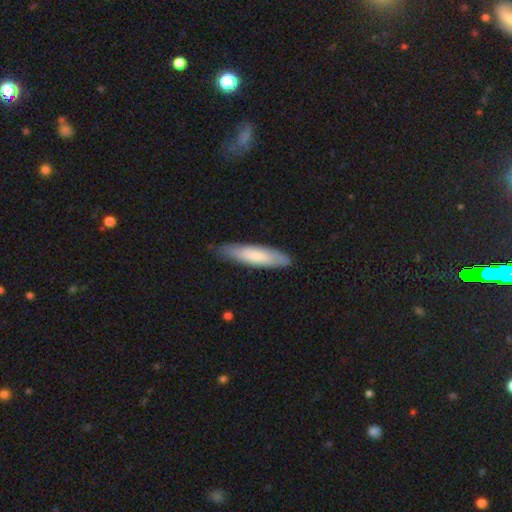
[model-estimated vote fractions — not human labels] A smooth galaxy with no disk features (71%) that is cigar-shaped (70%). Merging: none (79%).